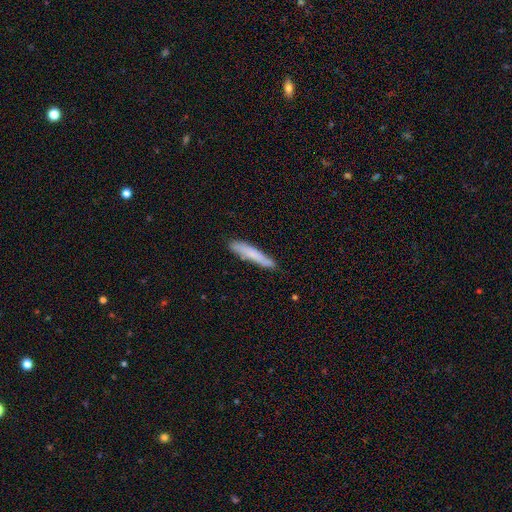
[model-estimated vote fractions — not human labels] Smooth or featured?
  - smooth: 74% *
  - featured or disk: 20%
  - star or artifact: 6%
How rounded?
  - cigar-shaped: 92% *
  - in between: 7%
  - round: 1%
Merging?
  - none: 81% *
  - minor disturbance: 15%
  - major disturbance: 2%
  - merger: 2%